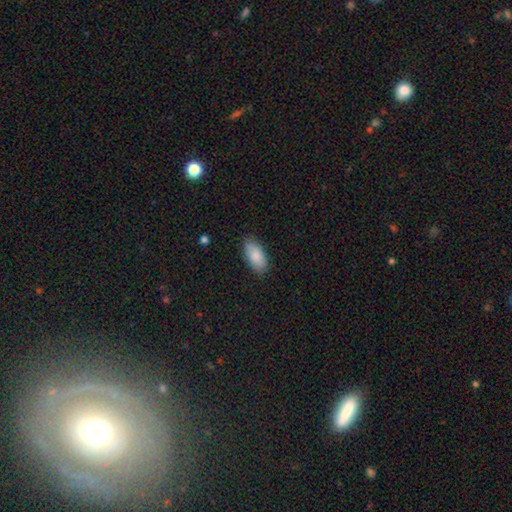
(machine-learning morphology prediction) A smooth galaxy with no disk features (87%) that is in between round and cigar-shaped (91%).

Vote fractions:
- Smooth or featured? smooth: 87% / featured or disk: 7% / star or artifact: 6%
- How rounded? in between: 91% / cigar-shaped: 6% / round: 2%
- Merging? none: 85% / minor disturbance: 12% / major disturbance: 2% / merger: 1%